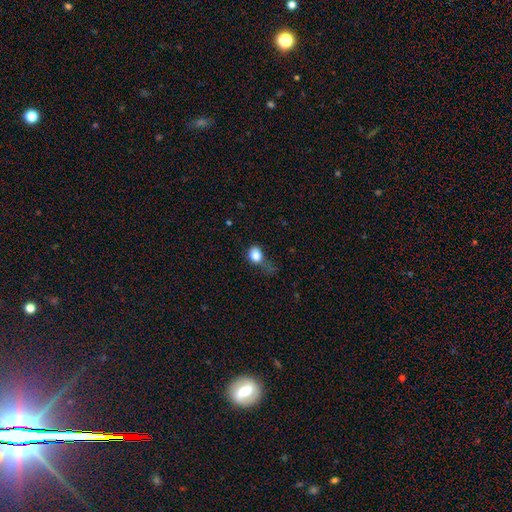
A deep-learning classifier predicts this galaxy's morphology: Q: Smooth or featured?
A: smooth (79%); runner-up: featured or disk (11%)
Q: How rounded?
A: round (57%); runner-up: in between (41%)
Q: Merging?
A: major disturbance (39%); runner-up: minor disturbance (31%)